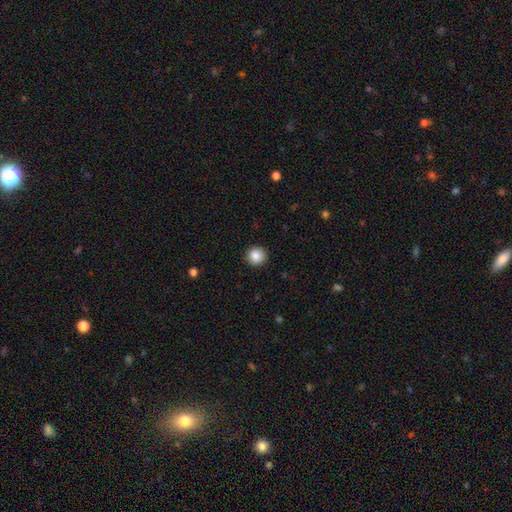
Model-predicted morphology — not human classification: Smooth or featured? smooth (87%)
How rounded? round (93%)
Merging? none (92%)